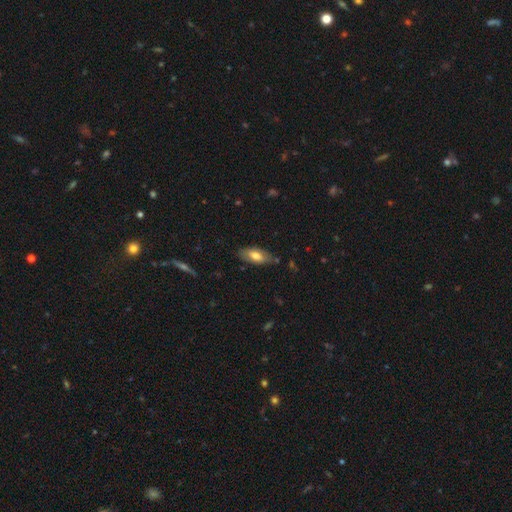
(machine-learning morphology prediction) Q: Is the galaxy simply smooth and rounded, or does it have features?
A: smooth — 71%.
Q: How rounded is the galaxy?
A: in between — 86%.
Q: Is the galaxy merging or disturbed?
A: none — 77%.